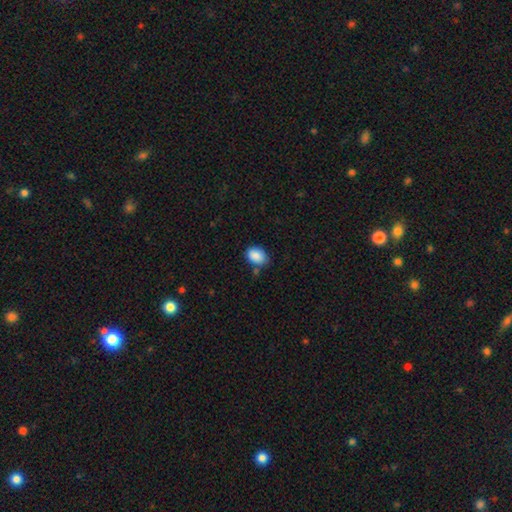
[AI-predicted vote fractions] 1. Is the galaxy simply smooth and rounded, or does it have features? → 88% smooth, 7% star or artifact, 5% featured or disk.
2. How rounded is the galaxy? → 78% in between, 21% round, 1% cigar-shaped.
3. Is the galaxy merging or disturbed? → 70% none, 20% minor disturbance, 6% merger, 4% major disturbance.